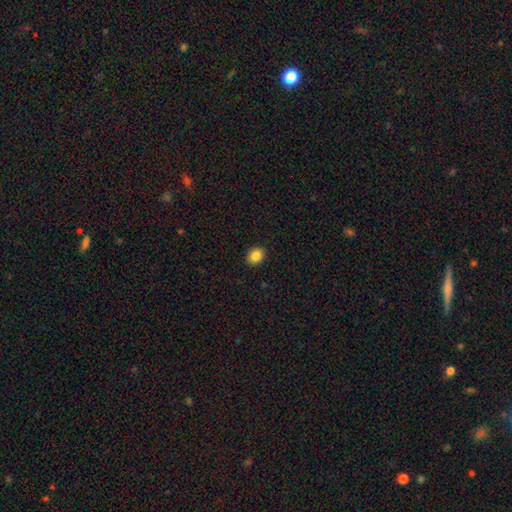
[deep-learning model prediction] Q: Smooth or featured?
A: smooth (87%); runner-up: star or artifact (9%)
Q: How rounded?
A: in between (54%); runner-up: round (45%)
Q: Merging?
A: none (91%); runner-up: minor disturbance (6%)